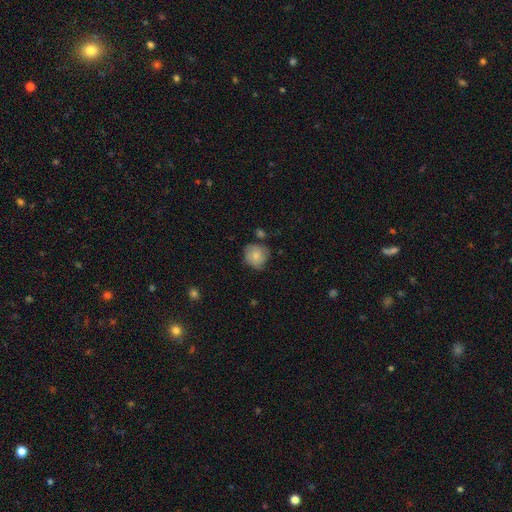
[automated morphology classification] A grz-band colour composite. It shows a smooth galaxy with no disk features (76%) that is round (85%). Merging: none (65%).